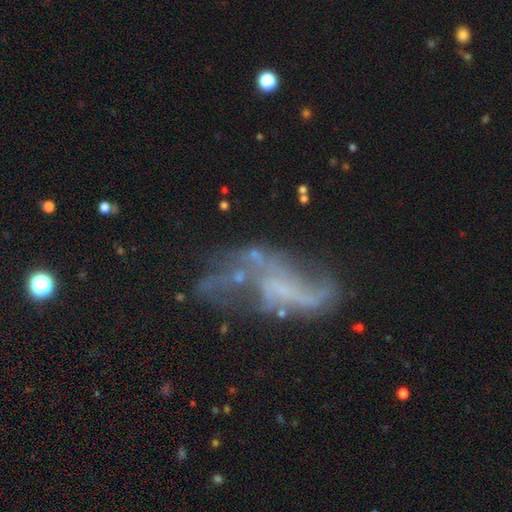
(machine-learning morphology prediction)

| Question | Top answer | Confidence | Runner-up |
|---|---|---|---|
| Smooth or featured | featured or disk | 66% | smooth (18%) |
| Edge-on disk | no | 93% | yes (7%) |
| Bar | no | 61% | weak (25%) |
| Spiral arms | no | 52% | yes (48%) |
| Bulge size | none | 63% | small (25%) |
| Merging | major disturbance | 39% | none (27%) |